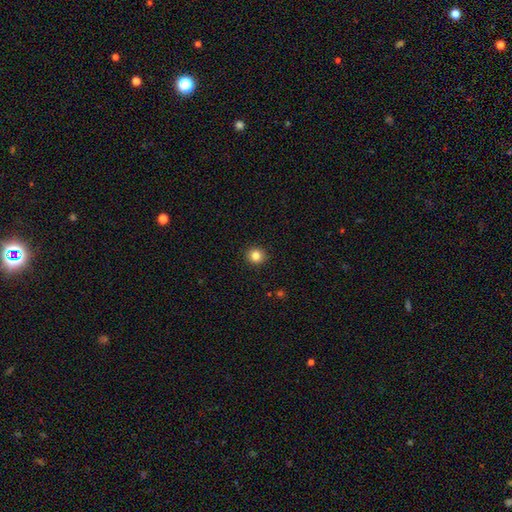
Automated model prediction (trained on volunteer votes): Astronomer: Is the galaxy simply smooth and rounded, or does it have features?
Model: smooth — 83%.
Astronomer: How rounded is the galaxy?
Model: round — 90%.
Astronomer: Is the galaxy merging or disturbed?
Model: none — 92%.